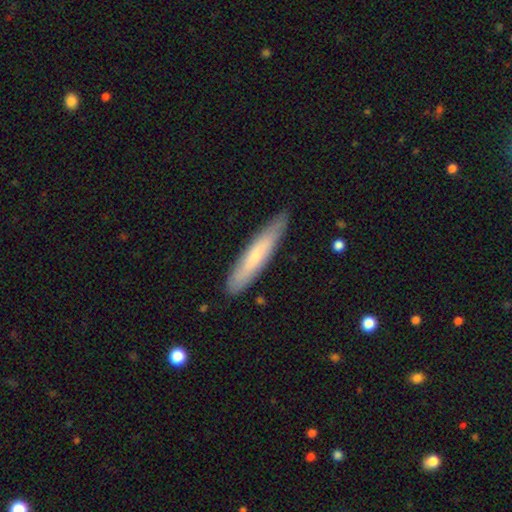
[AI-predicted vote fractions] Overall: smooth (62%; featured or disk 32%). How rounded: cigar-shaped (89%). Merging: none (83%).